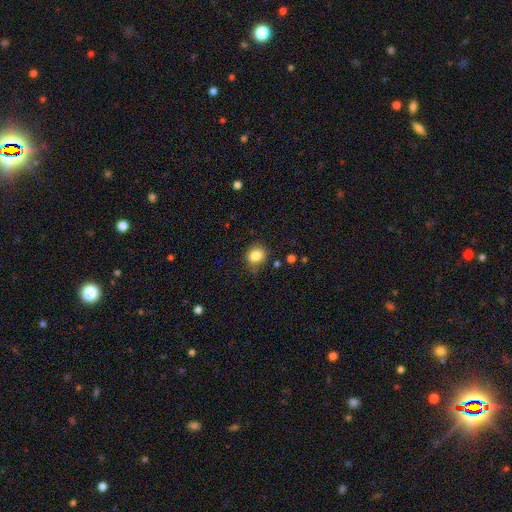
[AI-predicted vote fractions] A smooth galaxy with no disk features (82%) that is round (64%). Merging: none (70%).